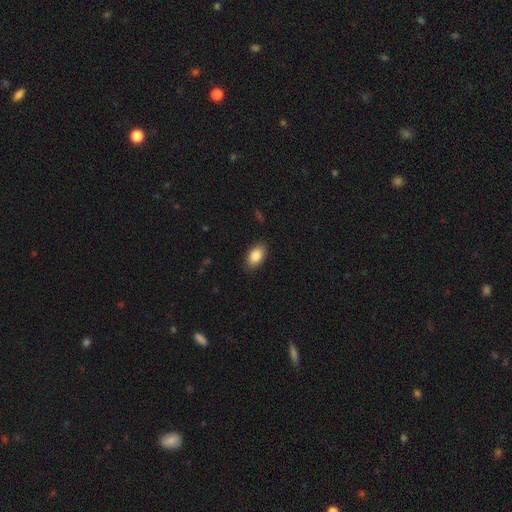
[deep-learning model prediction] Q: Smooth or featured?
A: smooth (85%); runner-up: featured or disk (8%)
Q: How rounded?
A: in between (91%); runner-up: round (7%)
Q: Merging?
A: none (87%); runner-up: minor disturbance (9%)